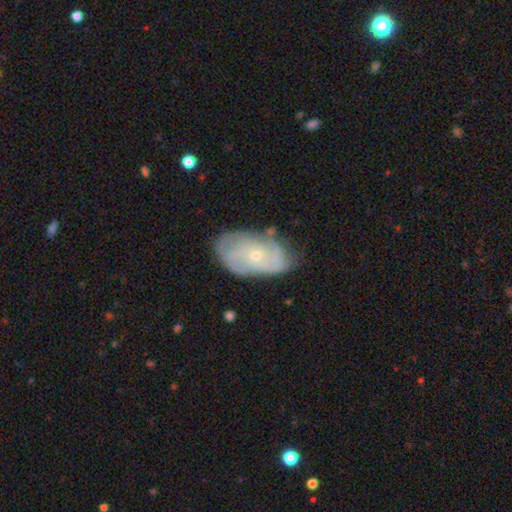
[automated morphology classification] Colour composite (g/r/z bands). It shows a featured or disk galaxy (66%) with no bar (79%), tight (55%) spiral arms (80%) and a small central bulge (75%). Merging: none (65%).